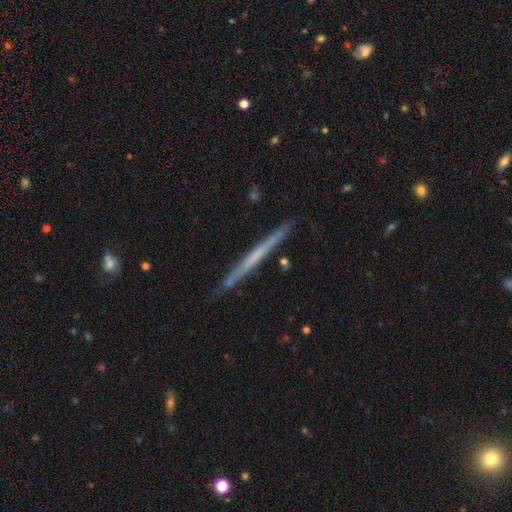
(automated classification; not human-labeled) Smooth or featured?
  - featured or disk: 52% *
  - smooth: 42%
  - star or artifact: 5%
Edge-on disk?
  - yes: 97% *
  - no: 3%
Edge-on bulge?
  - none: 89% *
  - rounded: 7%
  - boxy: 4%
Merging?
  - none: 88% *
  - minor disturbance: 9%
  - merger: 2%
  - major disturbance: 1%